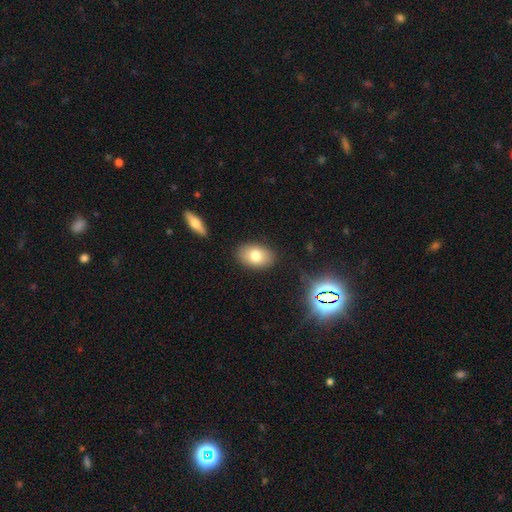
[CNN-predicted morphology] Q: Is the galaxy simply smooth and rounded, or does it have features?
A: smooth — 75%.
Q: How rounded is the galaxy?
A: in between — 87%.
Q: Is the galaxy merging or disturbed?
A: none — 86%.